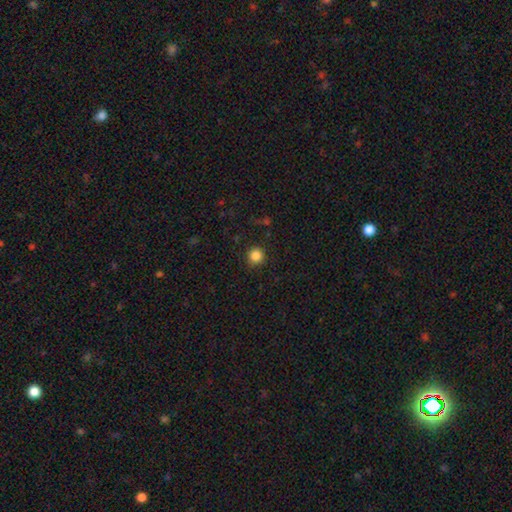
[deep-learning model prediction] Smooth or featured? smooth (85%)
How rounded? round (94%)
Merging? none (90%)